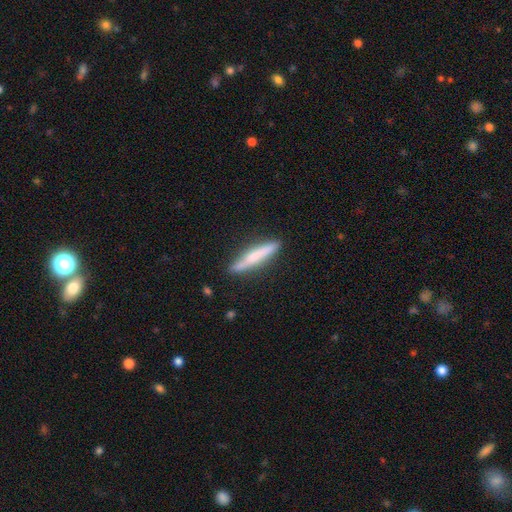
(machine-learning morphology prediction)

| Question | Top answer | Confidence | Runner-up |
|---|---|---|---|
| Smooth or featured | smooth | 55% | featured or disk (39%) |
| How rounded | cigar-shaped | 92% | in between (6%) |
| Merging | none | 86% | minor disturbance (10%) |